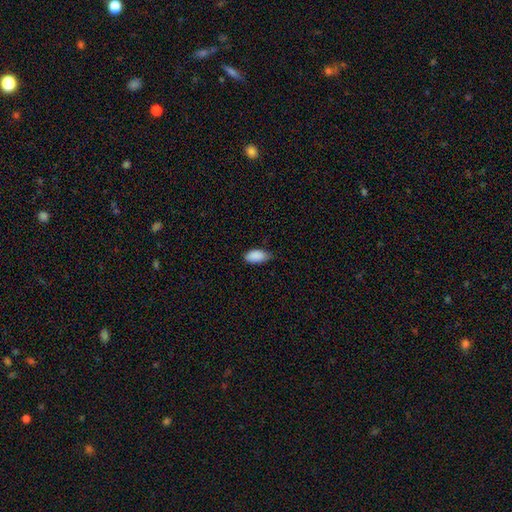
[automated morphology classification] type=smooth (89%); roundness=in between (94%); merging=none (61%).